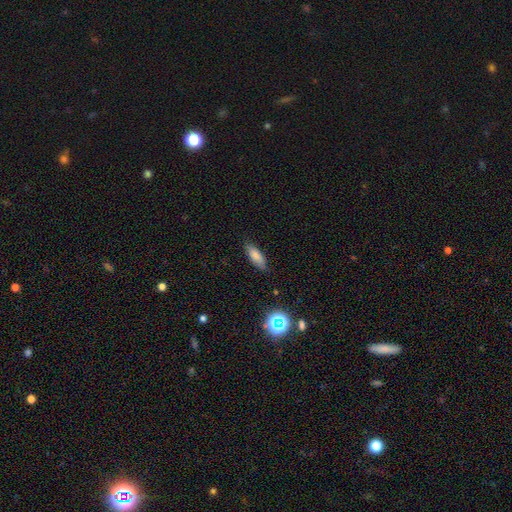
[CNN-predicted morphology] Smooth or featured? smooth (80%)
How rounded? in between (63%)
Merging? none (81%)